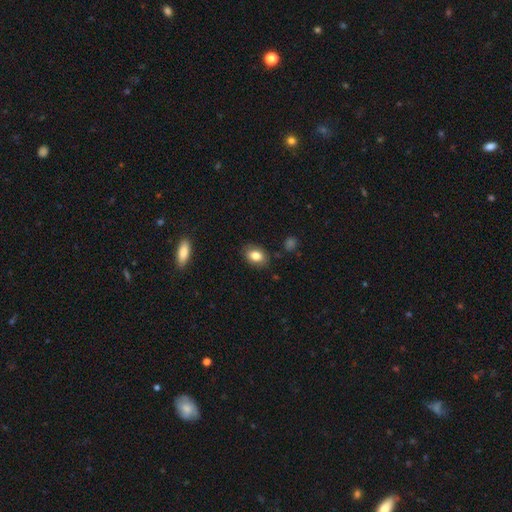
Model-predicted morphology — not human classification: This is clearly a smooth galaxy (82%). How rounded: likely in between (78%). Merging: clearly none (83%).